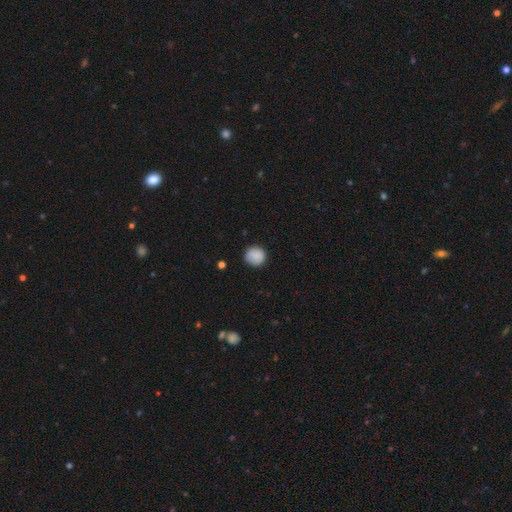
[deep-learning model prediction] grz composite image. It shows a smooth galaxy with no disk features (87%) that is round (92%). Merging: none (86%).